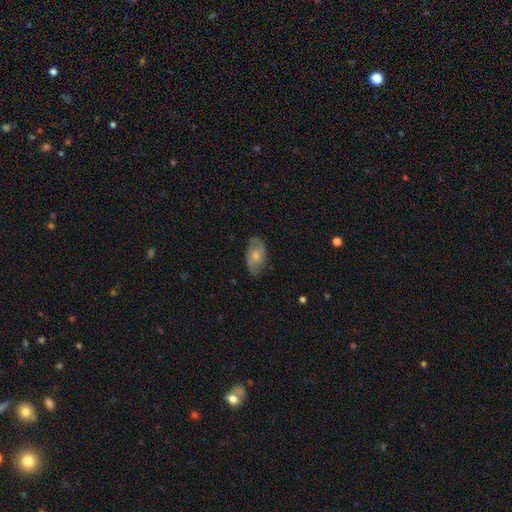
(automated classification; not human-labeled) Smooth or featured?
  - featured or disk: 55% *
  - smooth: 39%
  - star or artifact: 6%
Edge-on disk?
  - no: 94% *
  - yes: 6%
Bar?
  - no: 75% *
  - weak: 22%
  - strong: 3%
Spiral arms?
  - yes: 81% *
  - no: 19%
Bulge size?
  - moderate: 51% *
  - small: 40%
  - large: 4%
  - none: 4%
  - dominant: 1%
Merging?
  - none: 77% *
  - minor disturbance: 18%
  - major disturbance: 5%
  - merger: 1%